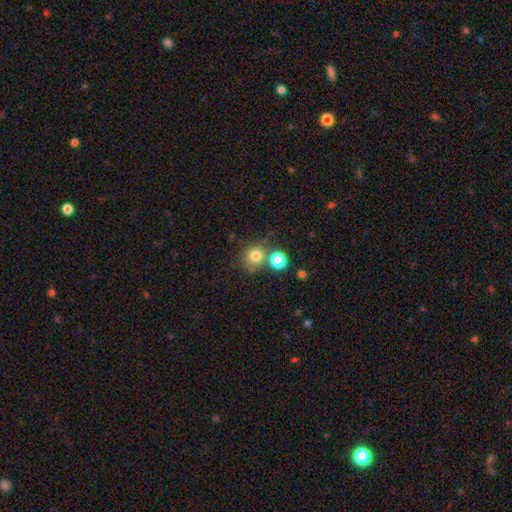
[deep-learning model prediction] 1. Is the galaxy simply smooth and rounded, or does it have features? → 77% smooth, 14% star or artifact, 9% featured or disk.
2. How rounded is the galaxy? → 88% round, 11% in between, 1% cigar-shaped.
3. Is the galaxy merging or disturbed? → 62% none, 24% merger, 10% minor disturbance, 4% major disturbance.